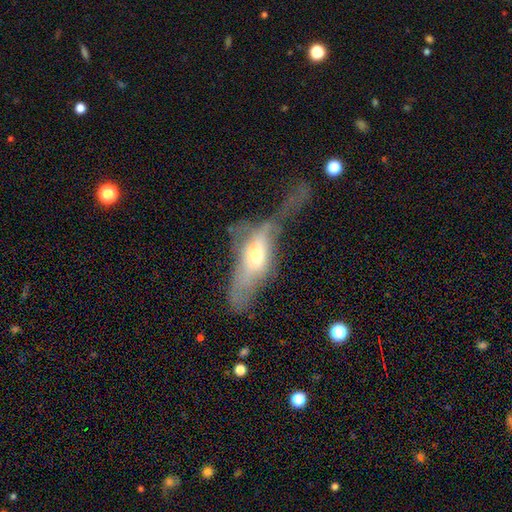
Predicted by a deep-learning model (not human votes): featured or disk 50%, smooth 41%, star or artifact 8%. Down the decision tree: edge-on disk — no (58%); merging — major disturbance (55%).